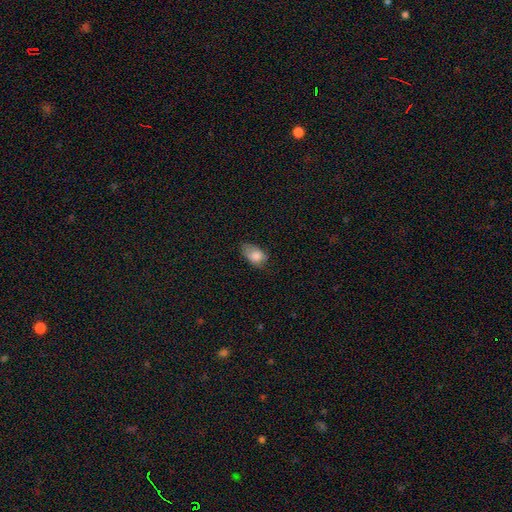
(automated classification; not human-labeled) This is clearly a smooth galaxy (82%). How rounded: clearly in between (88%). Merging: possibly none (49%).